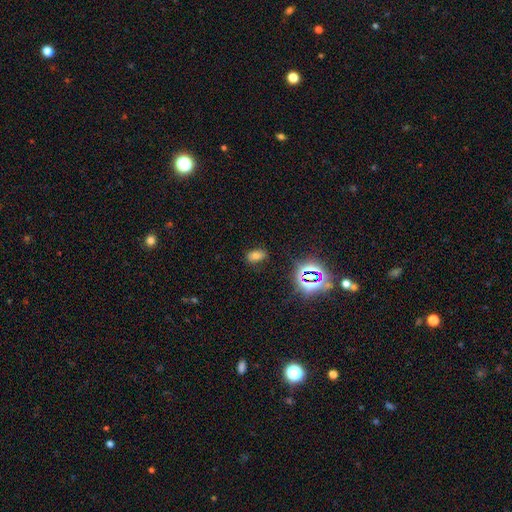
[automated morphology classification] smooth-or-featured: smooth: 60% | star or artifact: 28% | featured or disk: 12%
  how-rounded: in between: 84% | round: 14% | cigar-shaped: 2%
  merging: none: 81% | minor disturbance: 14% | major disturbance: 4% | merger: 2%